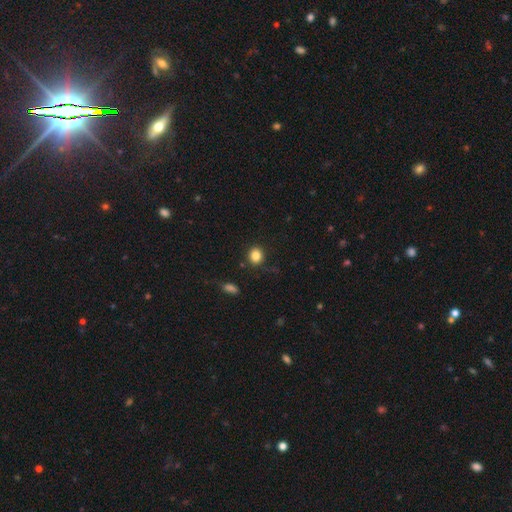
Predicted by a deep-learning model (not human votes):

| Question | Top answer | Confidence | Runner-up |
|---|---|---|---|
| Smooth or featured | smooth | 84% | star or artifact (11%) |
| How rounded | round | 77% | in between (22%) |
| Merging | none | 84% | minor disturbance (10%) |